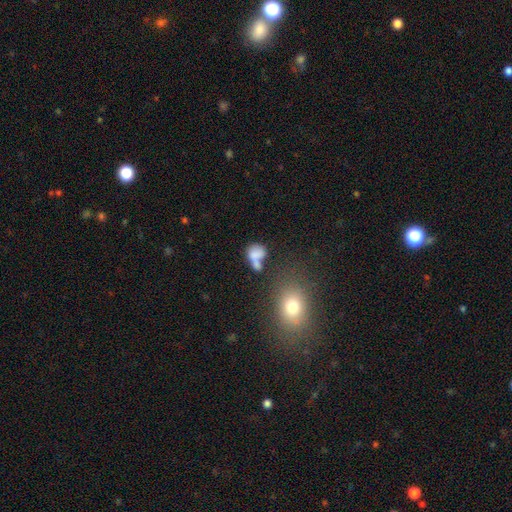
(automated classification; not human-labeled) Overall: smooth (70%). How rounded: in between (60%; round 38%). Merging: merger (48%; none 24%).